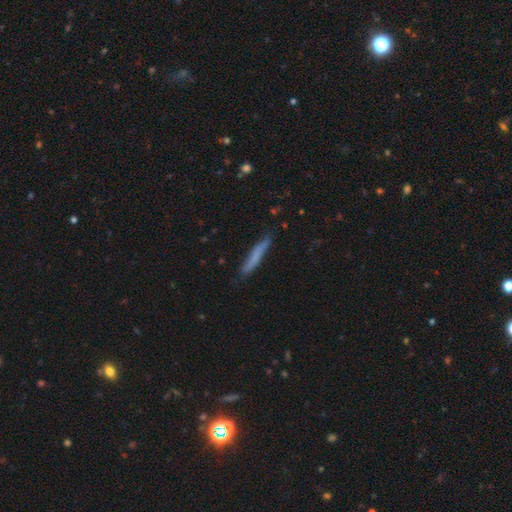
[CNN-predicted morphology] Overall: smooth (69%). How rounded: cigar-shaped (95%). Merging: none (81%).